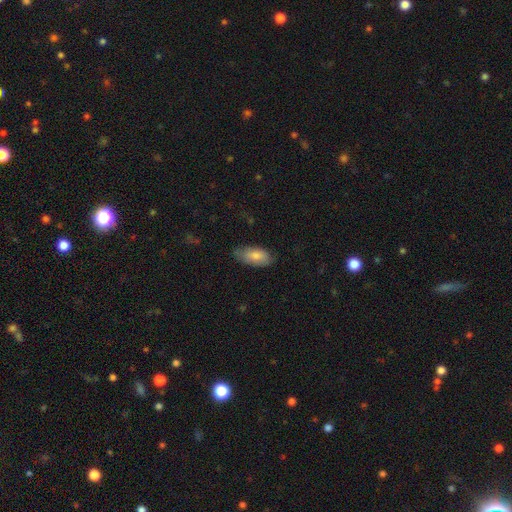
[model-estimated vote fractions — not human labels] smooth 82%, featured or disk 12%, star or artifact 6%. Down the decision tree: how rounded — in between (89%); merging — none (71%).